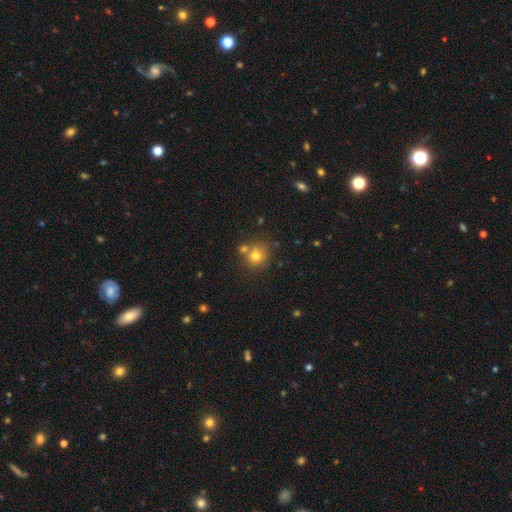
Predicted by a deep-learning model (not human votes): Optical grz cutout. It shows a smooth galaxy with no disk features (75%) that is round (86%). Merging: none (66%).